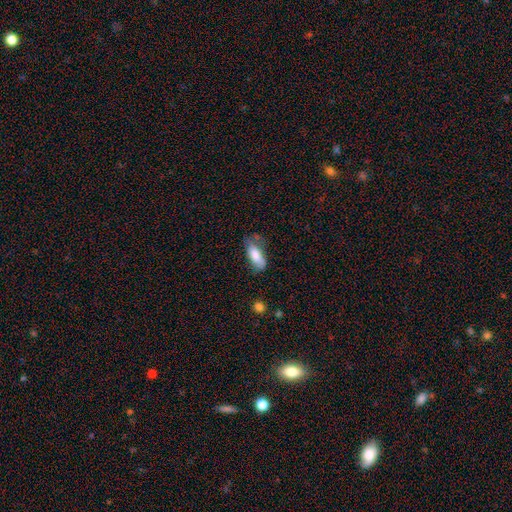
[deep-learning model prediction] smooth 80%, featured or disk 14%, star or artifact 7%. Down the decision tree: how rounded — in between (79%); merging — none (47%).